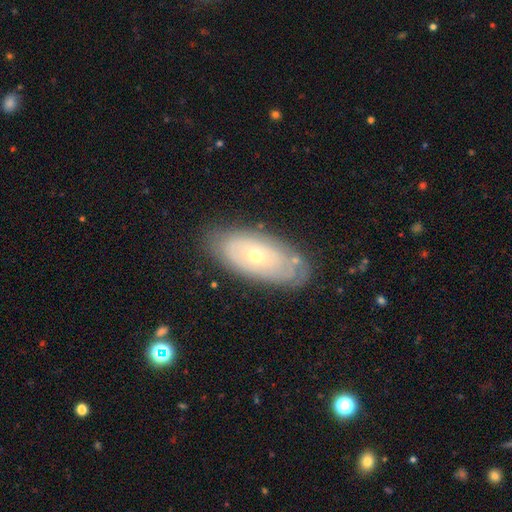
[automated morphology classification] Smooth or featured? featured or disk (61%)
Edge-on disk? no (88%)
Bar? no (87%)
Spiral arms? no (54%)
Bulge size? small (55%)
Merging? none (76%)